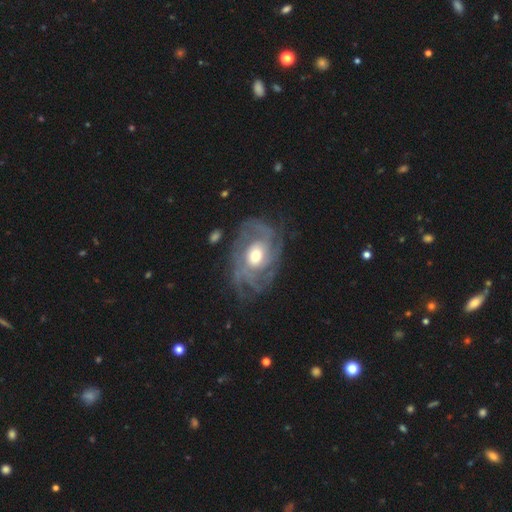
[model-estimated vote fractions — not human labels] Smooth or featured: featured or disk — 84% (smooth — 10%)
Edge-on disk: no — 97% (yes — 3%)
Bar: no — 72% (weak — 22%)
Spiral arms: yes — 91% (no — 9%)
Spiral winding: tight — 54% (medium — 34%)
Spiral arm count: can't tell — 35% (3 — 20%)
Bulge size: moderate — 65% (large — 23%)
Merging: none — 64% (minor disturbance — 20%)